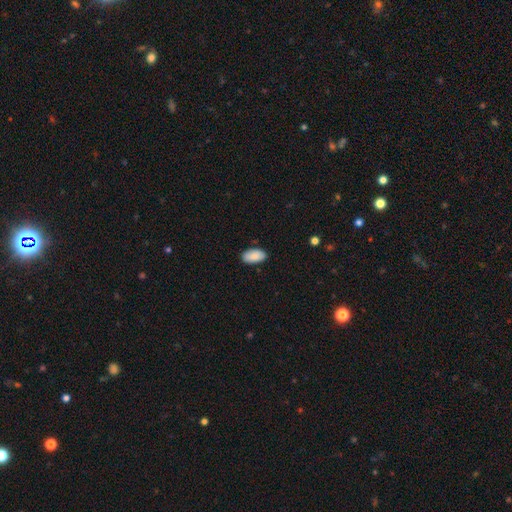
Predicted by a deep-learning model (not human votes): smooth 88%, star or artifact 6%, featured or disk 6%. Down the decision tree: how rounded — in between (95%); merging — none (86%).